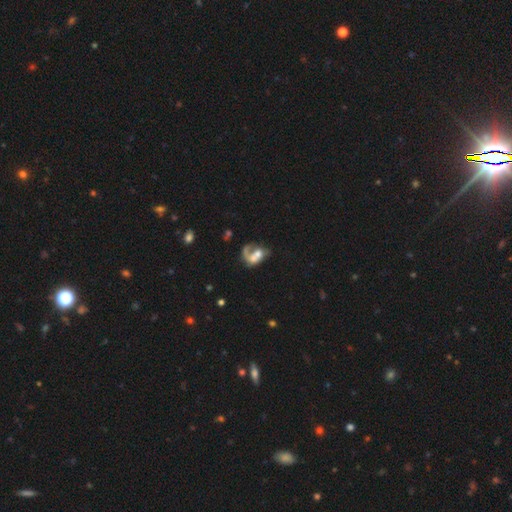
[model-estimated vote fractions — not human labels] Smooth or featured?
  - featured or disk: 56% *
  - smooth: 34%
  - star or artifact: 10%
Edge-on disk?
  - no: 97% *
  - yes: 3%
Bar?
  - no: 73% *
  - weak: 20%
  - strong: 7%
Spiral arms?
  - yes: 58% *
  - no: 42%
Bulge size?
  - moderate: 36% *
  - small: 22%
  - none: 20%
  - large: 18%
  - dominant: 4%
Merging?
  - merger: 37% *
  - major disturbance: 32%
  - none: 21%
  - minor disturbance: 11%